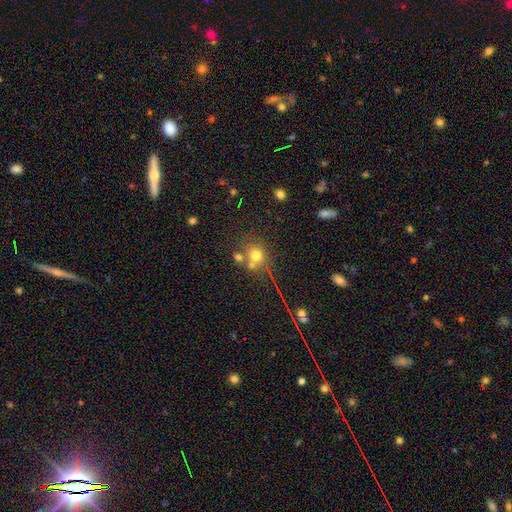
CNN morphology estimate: Smooth or featured: smooth — 69% (star or artifact — 18%)
How rounded: round — 83% (in between — 16%)
Merging: none — 56% (merger — 30%)